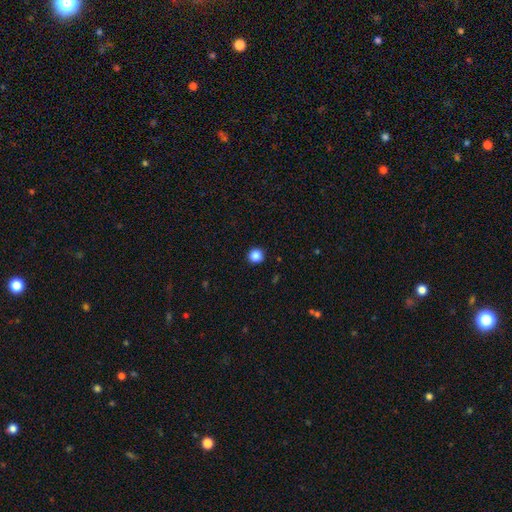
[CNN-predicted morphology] Smooth or featured? smooth (87%)
How rounded? round (95%)
Merging? none (93%)